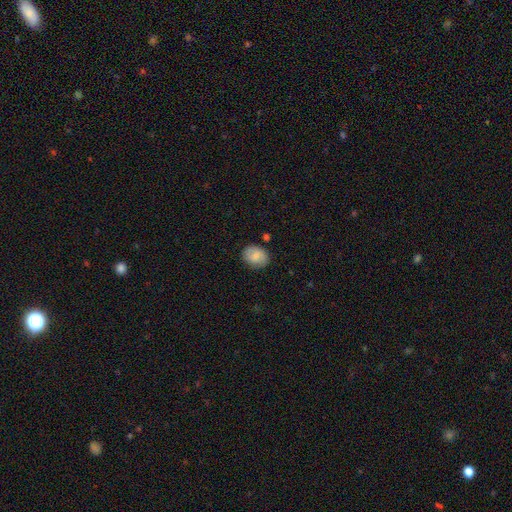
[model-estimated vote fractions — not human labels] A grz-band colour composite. It shows a smooth galaxy with no disk features (70%) that is in between round and cigar-shaped (54%). Merging: none (81%).